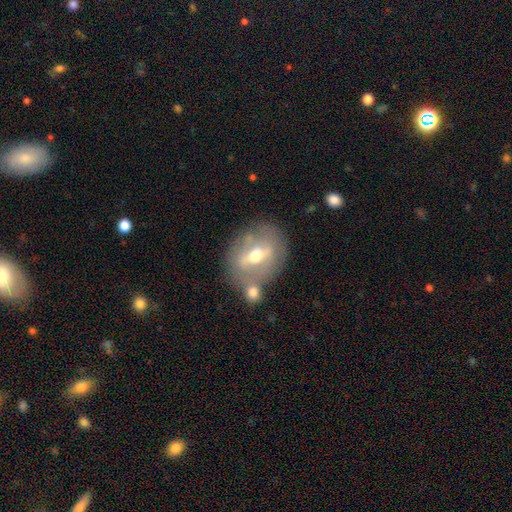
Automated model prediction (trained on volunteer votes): smooth-or-featured: featured or disk: 65% | smooth: 28% | star or artifact: 7%
  disk-edge-on: no: 84% | yes: 16%
    bar: strong: 50% | weak: 34% | no: 16%
    has-spiral-arms: no: 76% | yes: 24%
    bulge-size: moderate: 74% | small: 16% | large: 8% | dominant: 1% | none: 1%
  merging: none: 61% | merger: 18% | minor disturbance: 15% | major disturbance: 6%